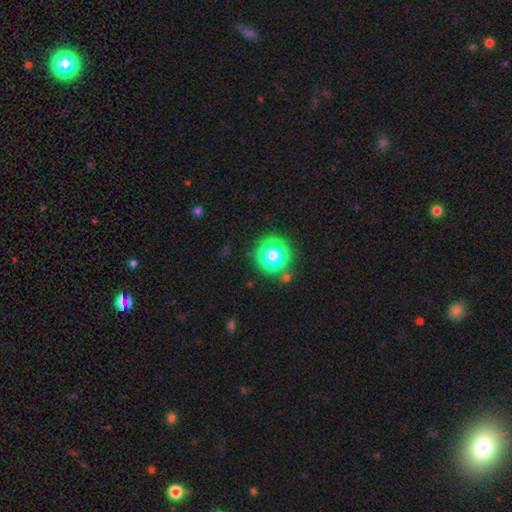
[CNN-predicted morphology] smooth_or_featured: star or artifact (p=0.62) [alt: smooth p=0.32]